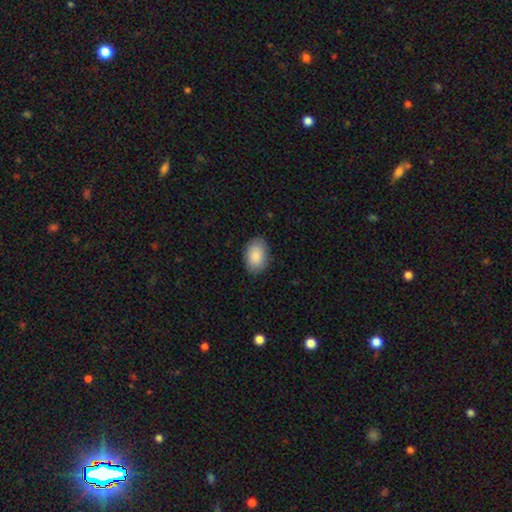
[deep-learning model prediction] smooth_or_featured: smooth (p=0.89) [alt: star or artifact p=0.06]
how_rounded: in between (p=0.90) [alt: round p=0.09]
merging: none (p=0.85) [alt: minor disturbance p=0.12]